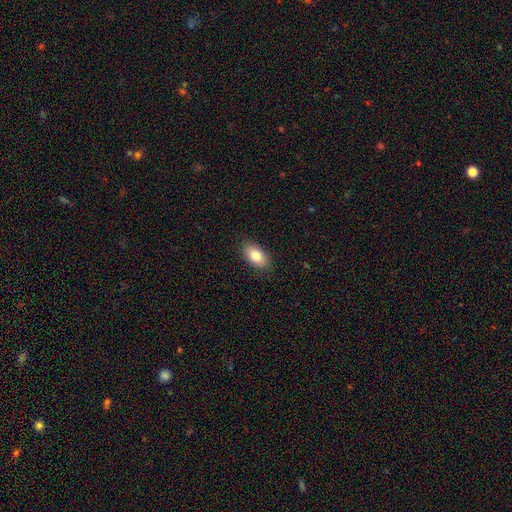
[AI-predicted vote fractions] Smooth or featured? smooth (83%)
How rounded? in between (93%)
Merging? none (88%)